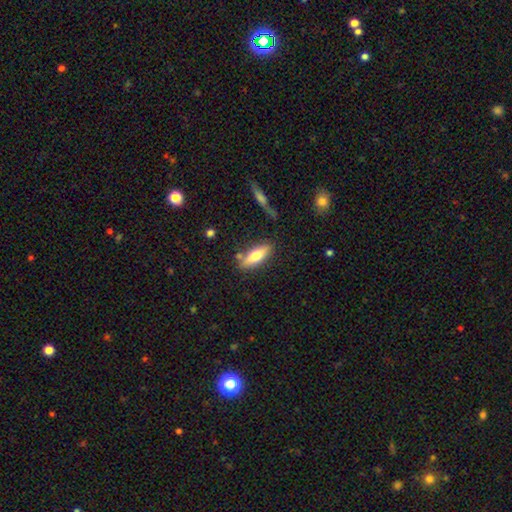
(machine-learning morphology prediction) A smooth galaxy with no disk features (64%) that is in between round and cigar-shaped (53%). Merging: none (78%).